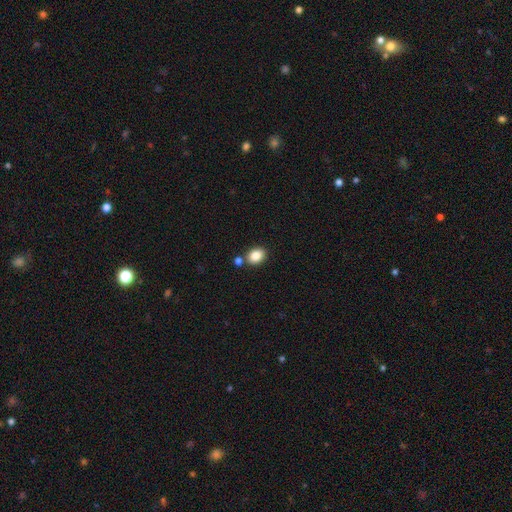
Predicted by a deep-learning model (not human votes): A smooth galaxy with no disk features (86%) that is in between round and cigar-shaped (63%). Merging: none (74%).